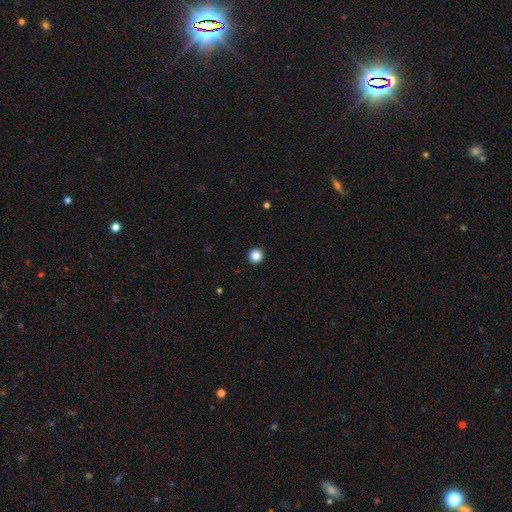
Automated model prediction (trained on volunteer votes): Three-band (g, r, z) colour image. It shows a smooth galaxy with no disk features (86%) that is round (95%). Merging: none (94%).